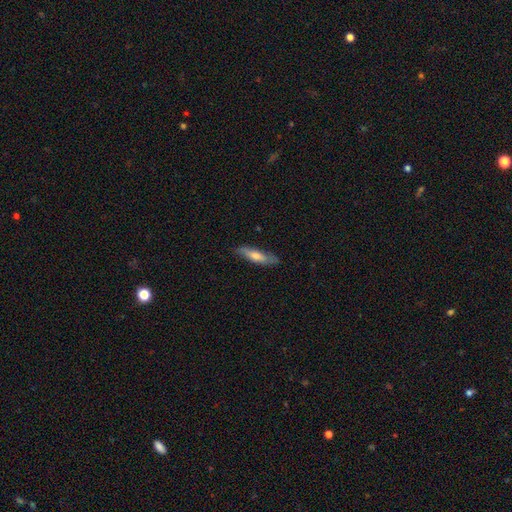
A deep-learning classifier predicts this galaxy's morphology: Smooth or featured? smooth (57%)
How rounded? cigar-shaped (73%)
Merging? none (80%)